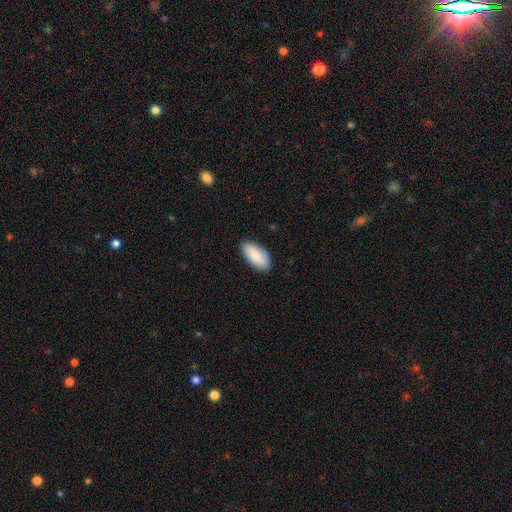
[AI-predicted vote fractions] This is clearly a smooth galaxy (83%). How rounded: clearly in between (91%). Merging: clearly none (85%).